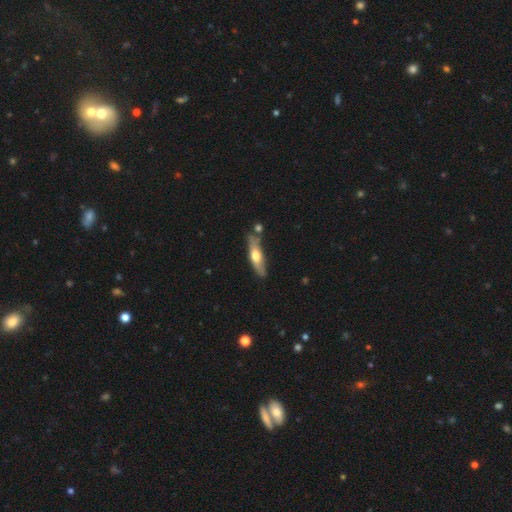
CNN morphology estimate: featured or disk 48%, smooth 46%, star or artifact 6%. Down the decision tree: merging — none (74%).